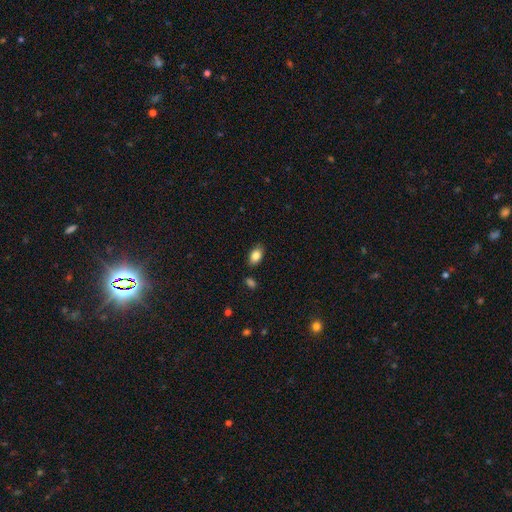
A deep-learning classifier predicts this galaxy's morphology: Q: Smooth or featured?
A: smooth (84%); runner-up: star or artifact (8%)
Q: How rounded?
A: in between (89%); runner-up: round (9%)
Q: Merging?
A: none (82%); runner-up: minor disturbance (13%)